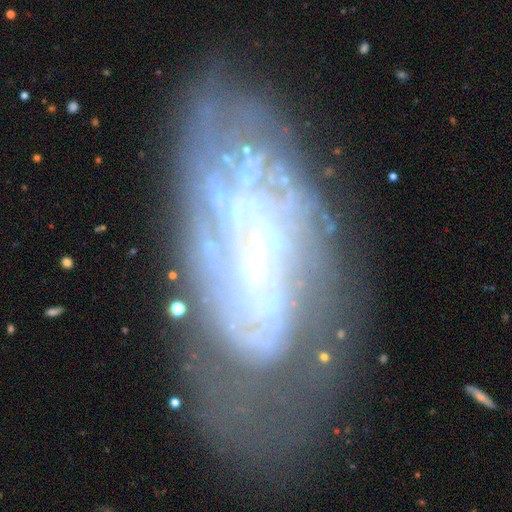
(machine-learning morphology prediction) type=featured or disk (75%); edge-on=no (91%); bar=no (54%); spiral arms=yes (73%); bulge=small (51%); merging=none (57%).